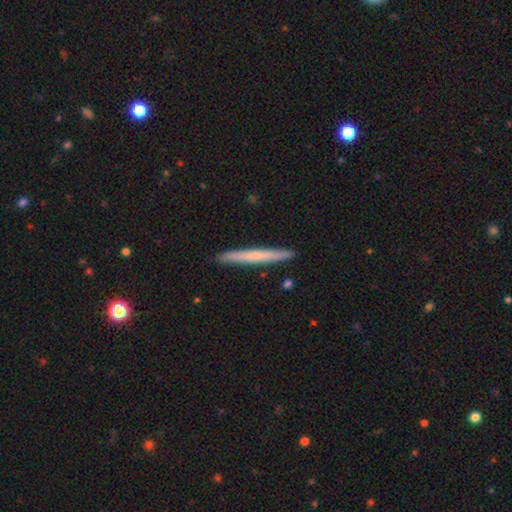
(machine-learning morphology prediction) smooth 56%, featured or disk 39%, star or artifact 5%. Down the decision tree: how rounded — cigar-shaped (97%); merging — none (92%).